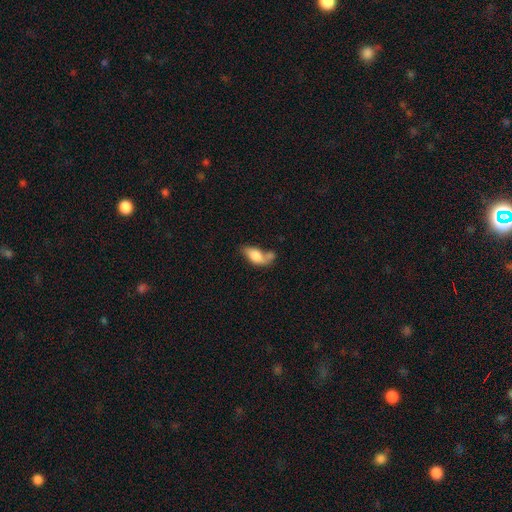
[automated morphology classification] Smooth or featured: smooth — 72% (featured or disk — 20%)
How rounded: in between — 86% (cigar-shaped — 8%)
Merging: merger — 41% (none — 25%)